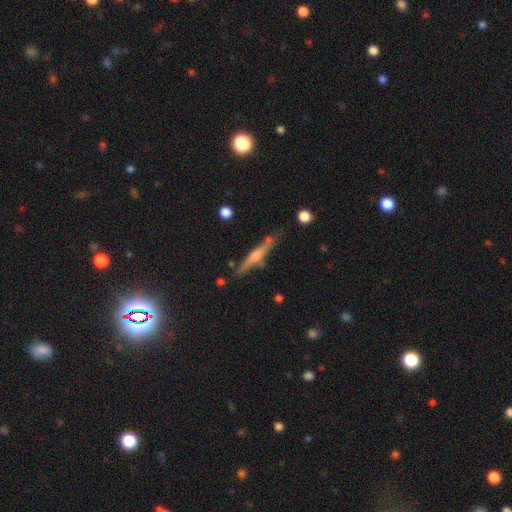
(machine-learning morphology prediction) Q: Smooth or featured?
A: featured or disk (61%); runner-up: smooth (31%)
Q: Edge-on disk?
A: yes (95%); runner-up: no (5%)
Q: Edge-on bulge?
A: rounded (77%); runner-up: none (13%)
Q: Merging?
A: none (75%); runner-up: minor disturbance (16%)